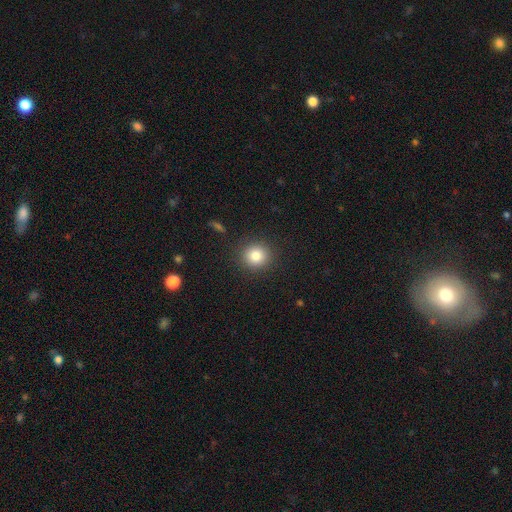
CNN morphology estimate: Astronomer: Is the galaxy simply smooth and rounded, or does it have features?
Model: smooth — 83%.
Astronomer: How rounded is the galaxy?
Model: round — 90%.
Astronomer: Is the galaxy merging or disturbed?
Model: none — 90%.